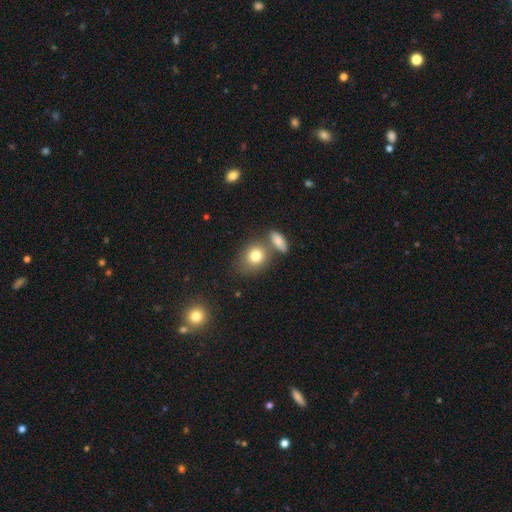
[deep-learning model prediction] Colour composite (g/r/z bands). It shows a smooth galaxy with no disk features (80%) that is round (58%). Merging: none (56%).